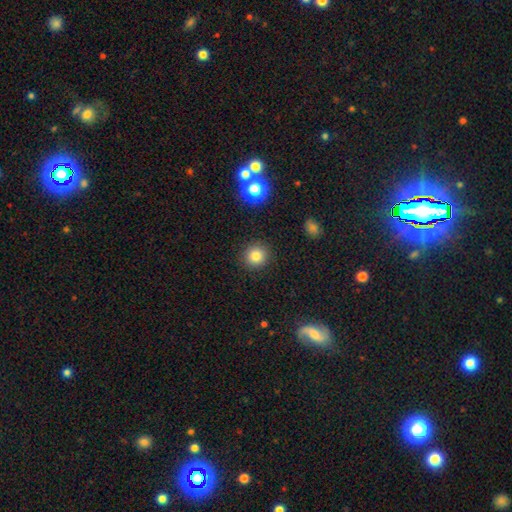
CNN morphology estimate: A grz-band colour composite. It shows a smooth galaxy with no disk features (81%) that is round (92%). Merging: none (90%).